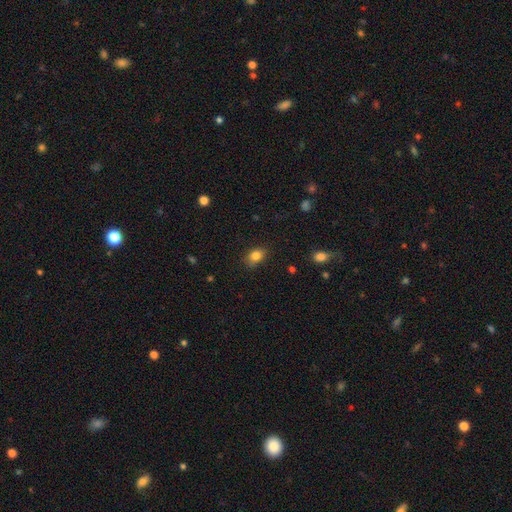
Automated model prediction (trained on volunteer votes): Overall: smooth (82%). How rounded: in between (72%). Merging: none (78%).